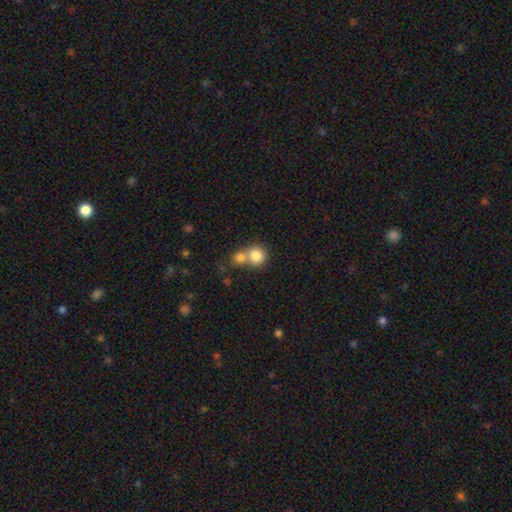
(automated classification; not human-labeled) smooth_or_featured: smooth (p=0.82) [alt: star or artifact p=0.09]
how_rounded: round (p=0.87) [alt: in between p=0.12]
merging: merger (p=0.48) [alt: none p=0.43]